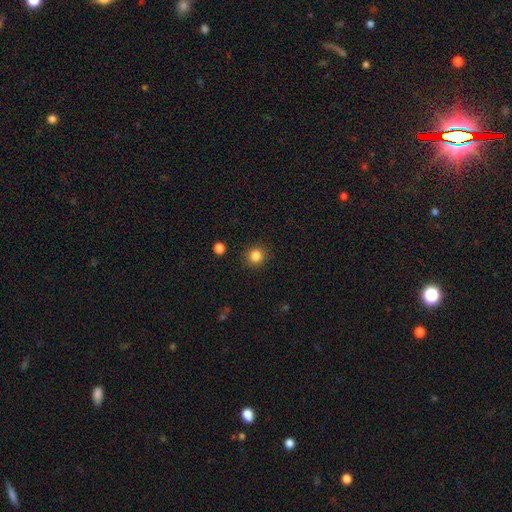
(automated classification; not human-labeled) A smooth galaxy with no disk features (83%) that is round (92%).

Vote fractions:
- Smooth or featured? smooth: 83% / star or artifact: 12% / featured or disk: 5%
- How rounded? round: 92% / in between: 7% / cigar-shaped: 1%
- Merging? none: 91% / minor disturbance: 6% / major disturbance: 2% / merger: 1%